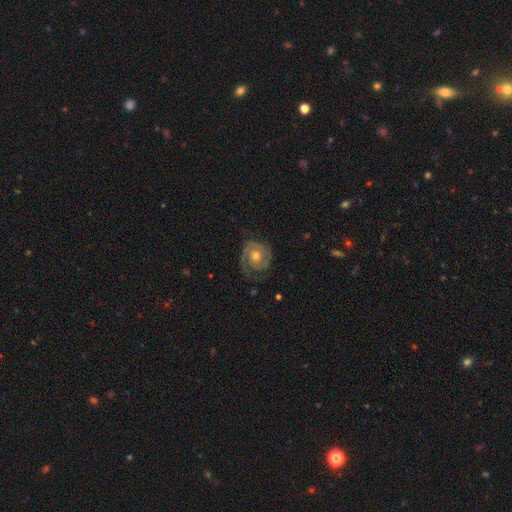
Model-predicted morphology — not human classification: This is clearly a featured or disk galaxy (86%). It is clearly not viewed edge-on (98%). Bar: likely no (73%). Spiral arm pattern: clearly yes (96%). Spiral arm count: likely 2 (71%). Spiral winding: likely tight (67%). Central bulge: likely moderate (64%). Merging: likely none (74%).